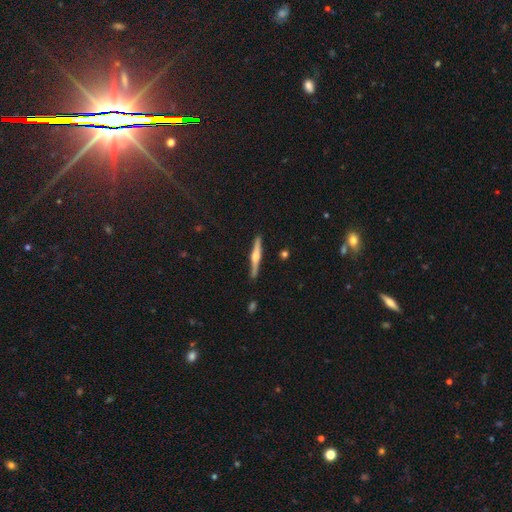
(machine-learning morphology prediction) This appears to be a featured or disk galaxy (71%) viewed edge-on (98%) with a rounded central bulge (86%). Merging: none (89%).